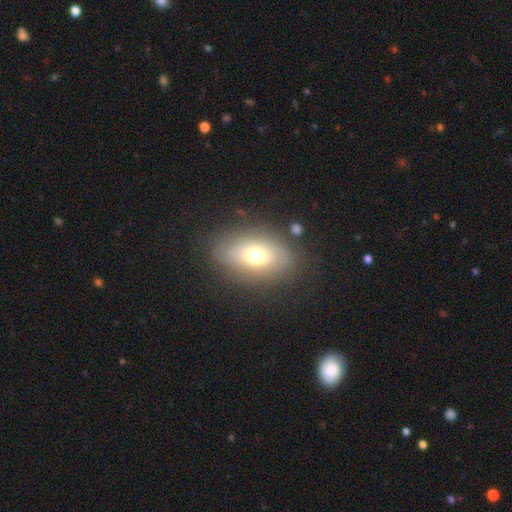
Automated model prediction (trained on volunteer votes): Morphology: type=smooth (60%); roundness=in between (84%); merging=none (77%).